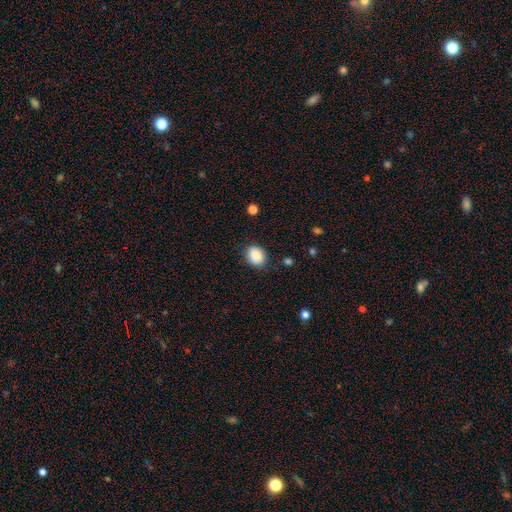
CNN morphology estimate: This is clearly a smooth galaxy (84%). How rounded: possibly round (59%). Merging: clearly none (83%).